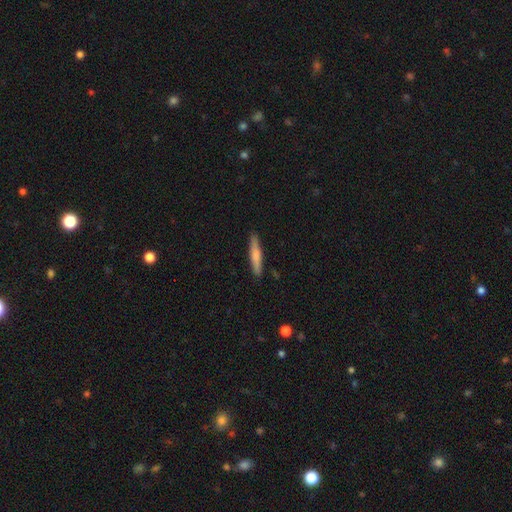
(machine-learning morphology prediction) This is likely a smooth galaxy (68%). How rounded: clearly cigar-shaped (91%). Merging: clearly none (89%).